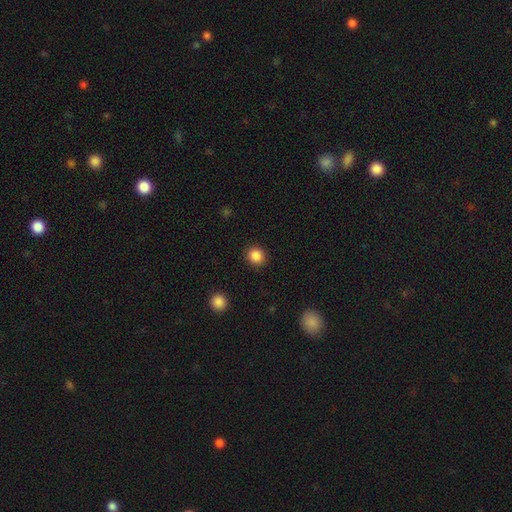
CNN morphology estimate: A smooth galaxy with no disk features (87%) that is round (84%). Merging: none (91%).